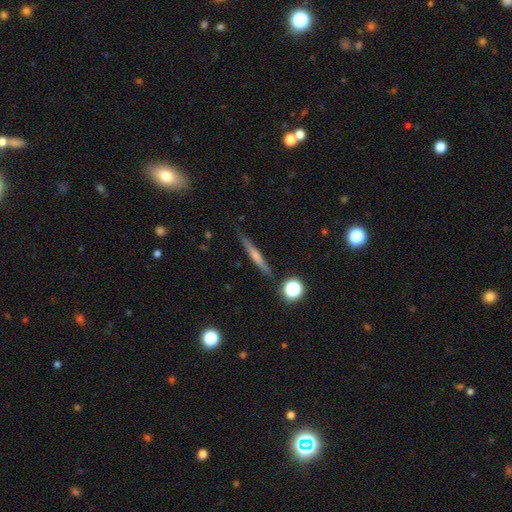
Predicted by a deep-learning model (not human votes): Smooth or featured: featured or disk — 50% (smooth — 41%)
Merging: none — 85% (minor disturbance — 11%)